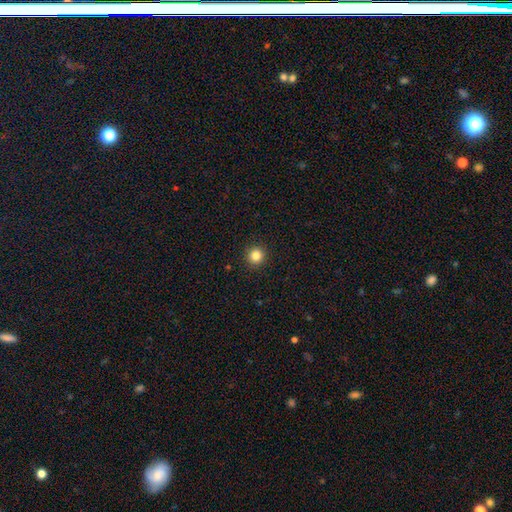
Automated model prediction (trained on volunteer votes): Overall: smooth (84%). How rounded: round (95%). Merging: none (93%).